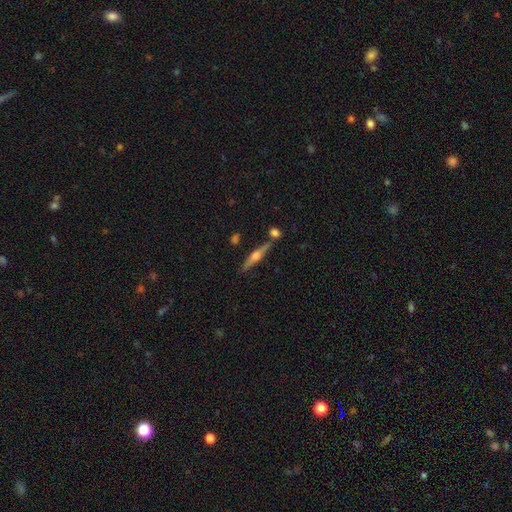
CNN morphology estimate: Q: Smooth or featured?
A: featured or disk (72%); runner-up: smooth (21%)
Q: Edge-on disk?
A: yes (97%); runner-up: no (3%)
Q: Edge-on bulge?
A: rounded (88%); runner-up: boxy (9%)
Q: Merging?
A: none (80%); runner-up: minor disturbance (10%)